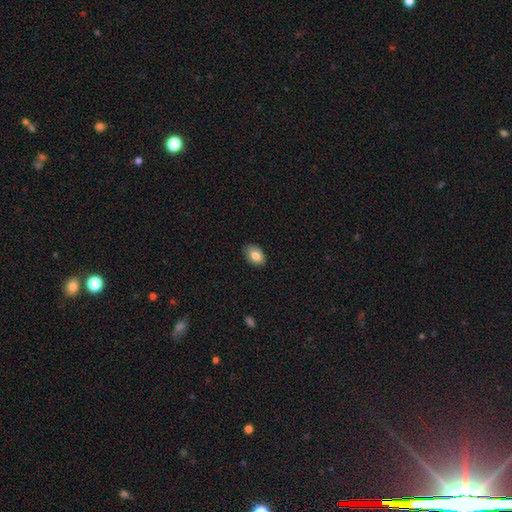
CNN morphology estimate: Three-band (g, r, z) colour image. It shows a smooth galaxy with no disk features (80%) that is in between round and cigar-shaped (86%). Merging: none (84%).